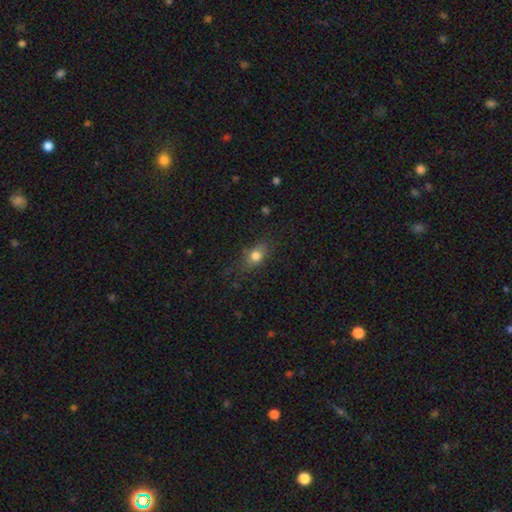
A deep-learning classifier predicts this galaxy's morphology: This appears to be a smooth galaxy with no disk features (77%) that is in between round and cigar-shaped (65%). Merging: none (71%).